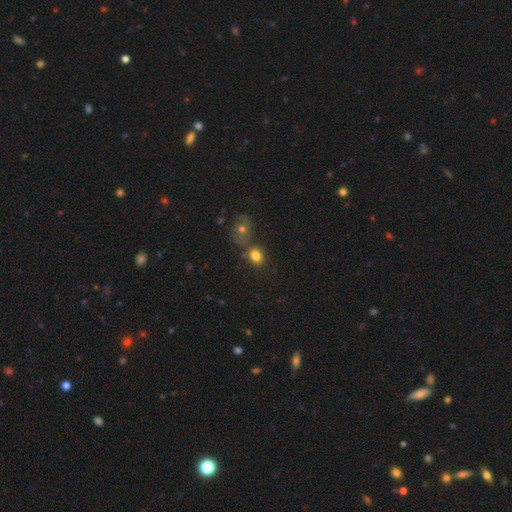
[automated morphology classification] This appears to be a smooth galaxy with no disk features (79%) that is in between round and cigar-shaped (53%). Merging: none (61%).